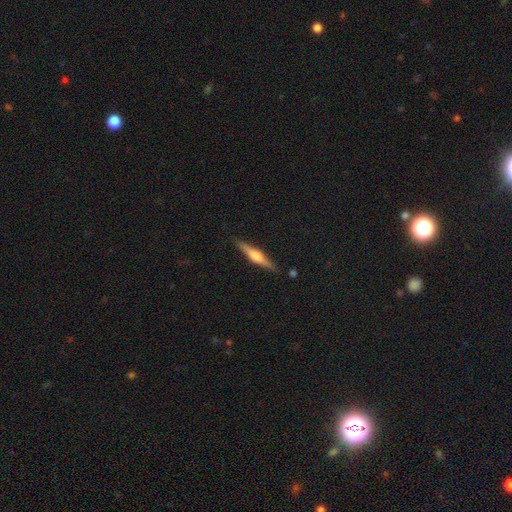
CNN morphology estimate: Q: Smooth or featured?
A: featured or disk (66%); runner-up: smooth (28%)
Q: Edge-on disk?
A: yes (98%); runner-up: no (2%)
Q: Edge-on bulge?
A: rounded (84%); runner-up: boxy (12%)
Q: Merging?
A: none (89%); runner-up: minor disturbance (8%)